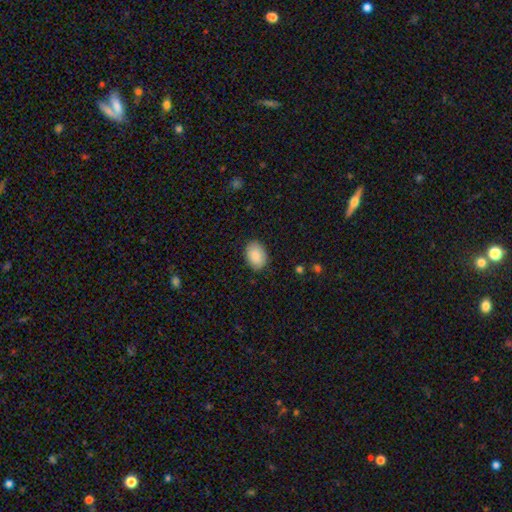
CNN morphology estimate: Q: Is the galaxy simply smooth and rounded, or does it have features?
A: smooth — 89%.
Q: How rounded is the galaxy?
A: in between — 84%.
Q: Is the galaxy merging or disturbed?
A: none — 86%.